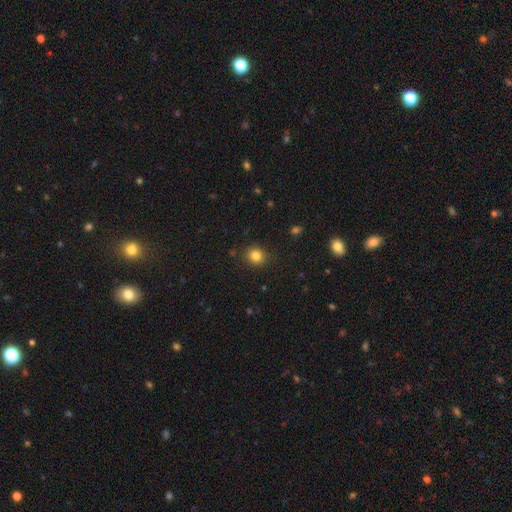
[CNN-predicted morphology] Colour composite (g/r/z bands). It shows a smooth galaxy with no disk features (82%) that is round (84%). Merging: none (88%).